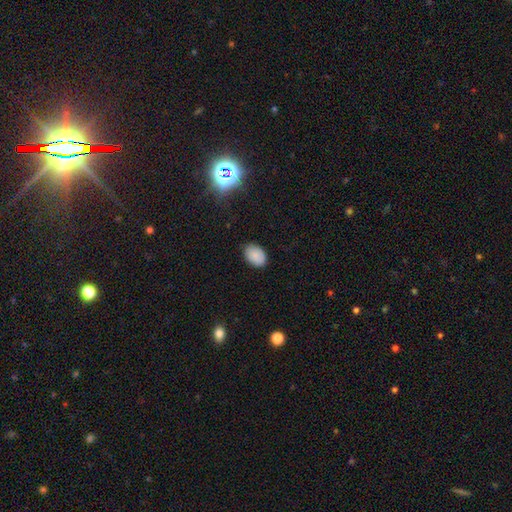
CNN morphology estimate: The model was most divided on "how rounded": in between: 83%, round: 16%, cigar-shaped: 1%. More confident: smooth or featured — smooth (87%); merging — none (83%).